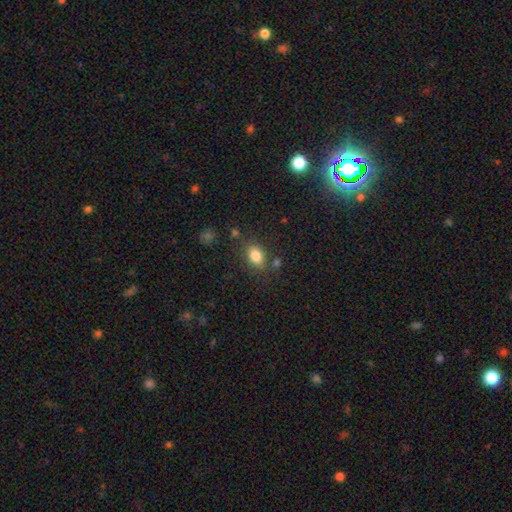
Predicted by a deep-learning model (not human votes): This appears to be a smooth galaxy with no disk features (83%) that is in between round and cigar-shaped (79%). Merging: none (77%).